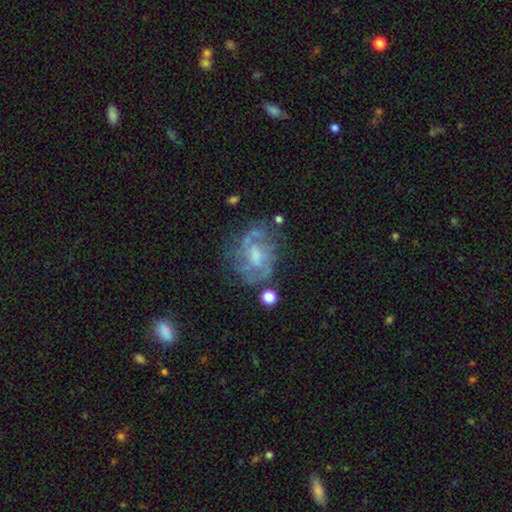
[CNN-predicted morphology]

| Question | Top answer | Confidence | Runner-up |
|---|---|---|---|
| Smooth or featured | featured or disk | 75% | smooth (17%) |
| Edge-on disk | no | 97% | yes (3%) |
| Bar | weak | 48% | no (42%) |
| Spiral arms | yes | 78% | no (22%) |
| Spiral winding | medium | 45% | tight (35%) |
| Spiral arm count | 2 | 42% | can't tell (33%) |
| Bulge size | moderate | 41% | small (30%) |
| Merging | none | 56% | minor disturbance (22%) |